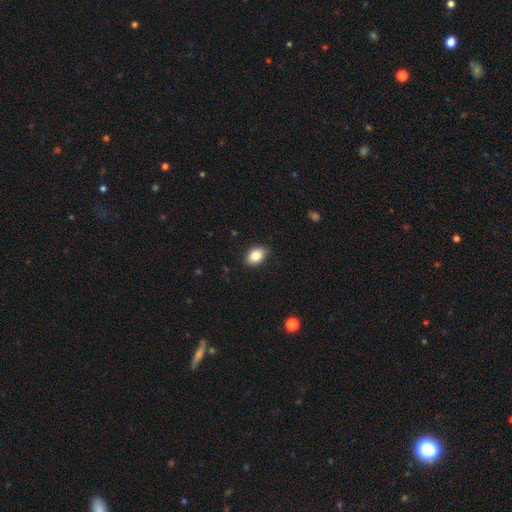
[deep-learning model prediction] This appears to be a smooth galaxy with no disk features (86%) that is in between round and cigar-shaped (77%). Merging: none (86%).